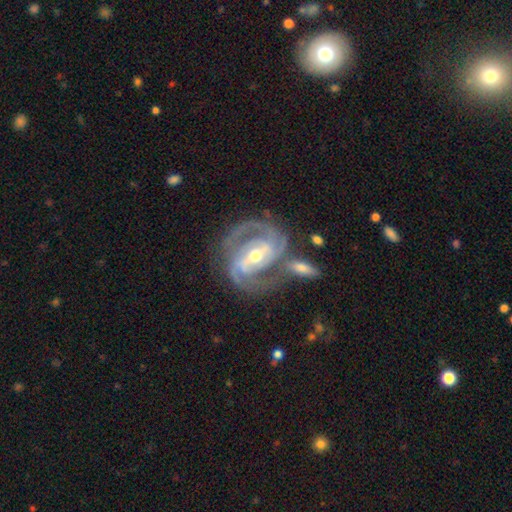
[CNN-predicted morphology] Smooth or featured?
  - featured or disk: 91% *
  - star or artifact: 4%
  - smooth: 4%
Edge-on disk?
  - no: 97% *
  - yes: 3%
Bar?
  - strong: 49% *
  - weak: 37%
  - no: 14%
Spiral arms?
  - yes: 98% *
  - no: 2%
Spiral winding?
  - tight: 50% *
  - medium: 42%
  - loose: 7%
Spiral arm count?
  - 2: 47% *
  - 3: 34%
  - can't tell: 8%
  - 4: 5%
  - 1: 3%
  - more than 4: 3%
Bulge size?
  - moderate: 61% *
  - small: 34%
  - large: 3%
  - none: 1%
  - dominant: 1%
Merging?
  - none: 59% *
  - minor disturbance: 16%
  - merger: 16%
  - major disturbance: 9%